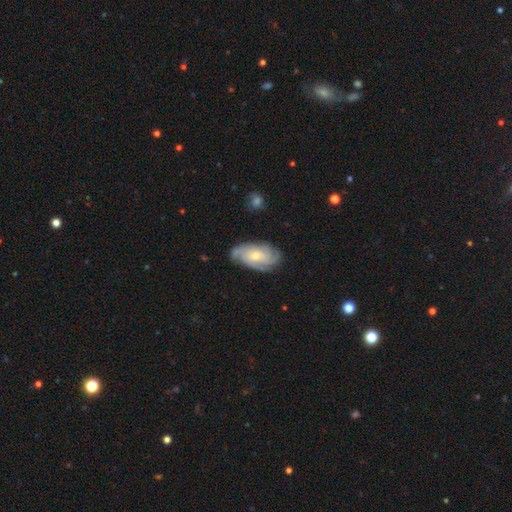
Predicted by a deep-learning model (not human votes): Q: Smooth or featured?
A: featured or disk (79%); runner-up: smooth (16%)
Q: Edge-on disk?
A: no (96%); runner-up: yes (4%)
Q: Bar?
A: no (69%); runner-up: weak (27%)
Q: Spiral arms?
A: yes (96%); runner-up: no (4%)
Q: Spiral winding?
A: tight (60%); runner-up: medium (32%)
Q: Spiral arm count?
A: 3 (29%); runner-up: 4 (24%)
Q: Bulge size?
A: small (56%); runner-up: moderate (39%)
Q: Merging?
A: none (74%); runner-up: minor disturbance (19%)